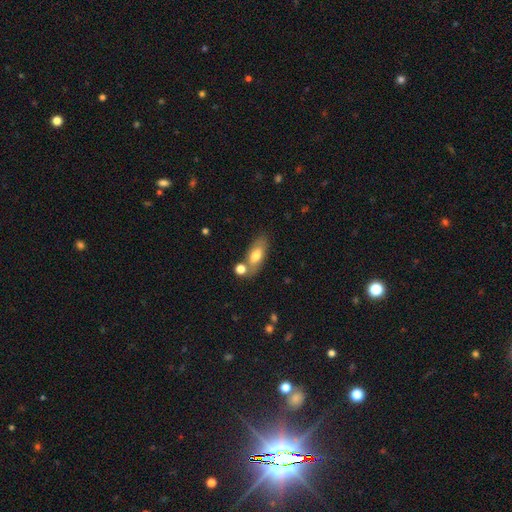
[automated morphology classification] smooth-or-featured: smooth: 71% | featured or disk: 22% | star or artifact: 7%
  how-rounded: in between: 77% | cigar-shaped: 18% | round: 5%
  merging: none: 65% | merger: 18% | minor disturbance: 14% | major disturbance: 4%